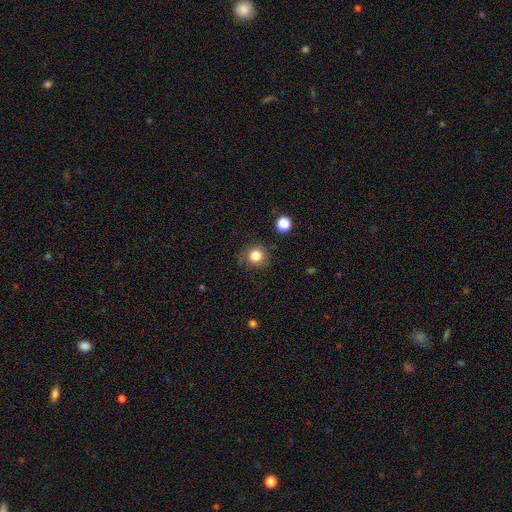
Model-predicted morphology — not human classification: Smooth or featured? smooth (82%)
How rounded? round (88%)
Merging? none (83%)